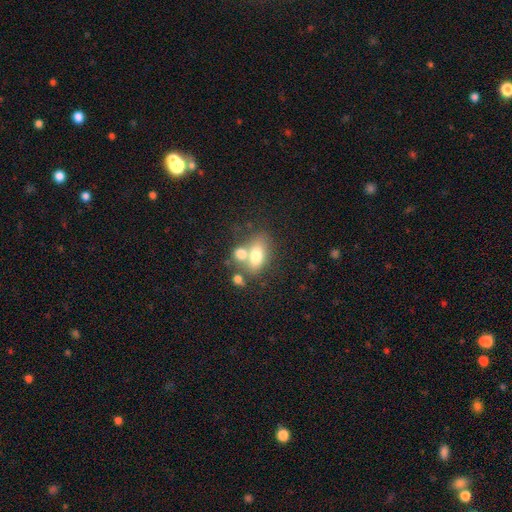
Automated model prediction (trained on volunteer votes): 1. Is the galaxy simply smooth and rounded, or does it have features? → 71% smooth, 20% featured or disk, 9% star or artifact.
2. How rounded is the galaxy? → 81% in between, 14% round, 5% cigar-shaped.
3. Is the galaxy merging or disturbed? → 44% merger, 38% none, 12% minor disturbance, 6% major disturbance.